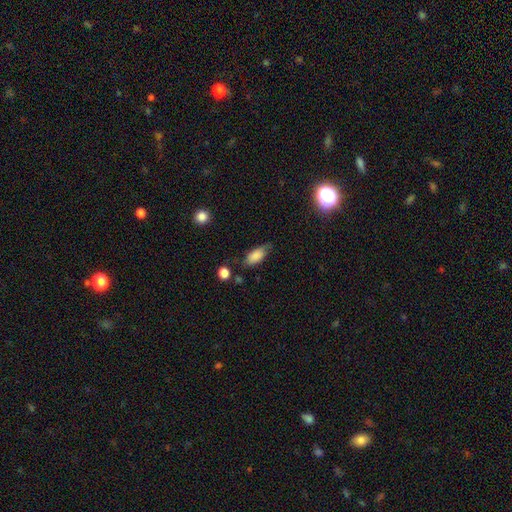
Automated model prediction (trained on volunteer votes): Smooth or featured? smooth (83%)
How rounded? in between (86%)
Merging? none (63%)